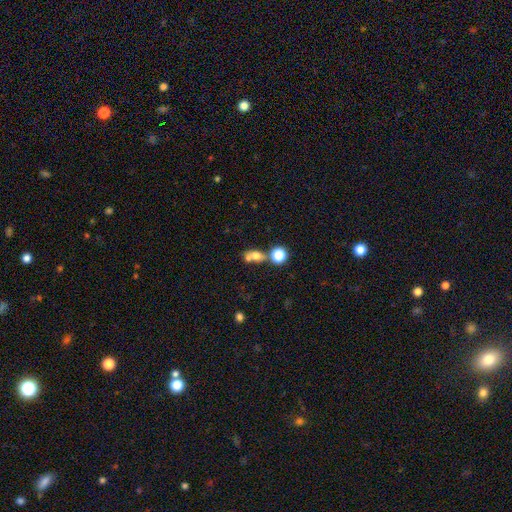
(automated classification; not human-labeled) Smooth or featured? smooth (66%)
How rounded? in between (54%)
Merging? merger (46%)